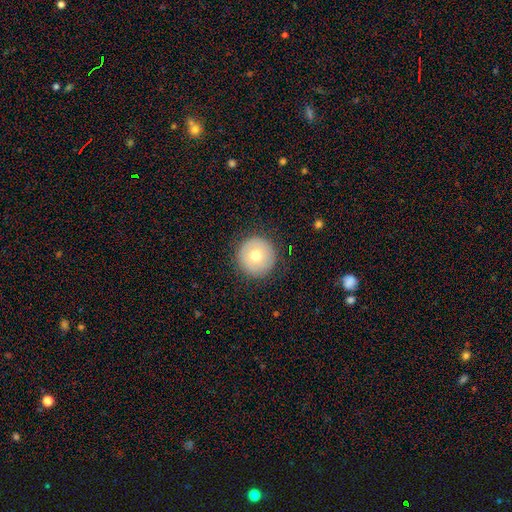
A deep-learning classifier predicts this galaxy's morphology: smooth-or-featured: smooth: 70% | featured or disk: 21% | star or artifact: 9%
  how-rounded: round: 97% | in between: 2% | cigar-shaped: 1%
  merging: none: 90% | minor disturbance: 7% | major disturbance: 2% | merger: 1%